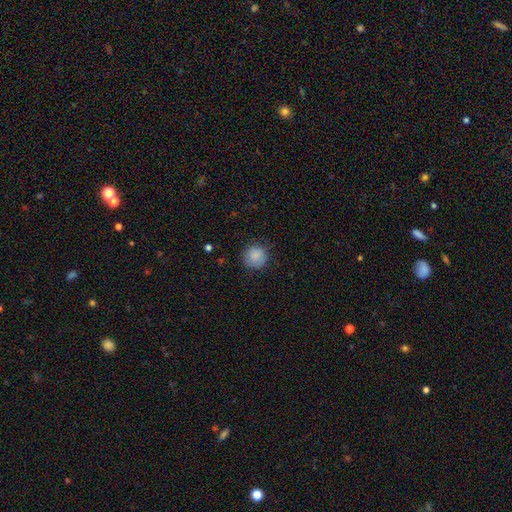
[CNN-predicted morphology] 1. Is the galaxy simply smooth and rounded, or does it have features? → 87% smooth, 9% star or artifact, 5% featured or disk.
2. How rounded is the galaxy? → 92% round, 7% in between, 1% cigar-shaped.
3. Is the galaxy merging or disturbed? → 81% none, 14% minor disturbance, 4% major disturbance, 1% merger.